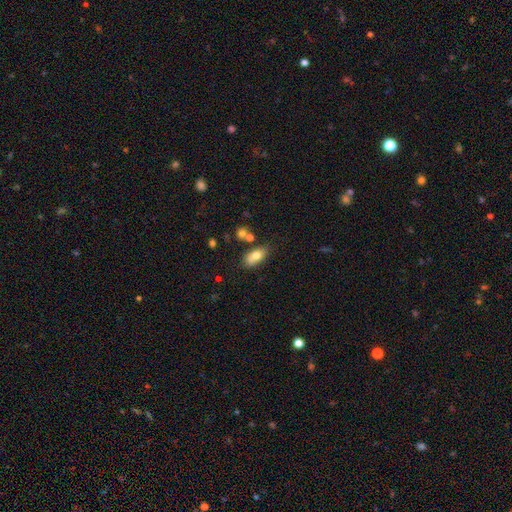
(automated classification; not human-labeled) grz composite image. It shows a smooth galaxy with no disk features (74%) that is in between round and cigar-shaped (85%). Merging: none (61%).